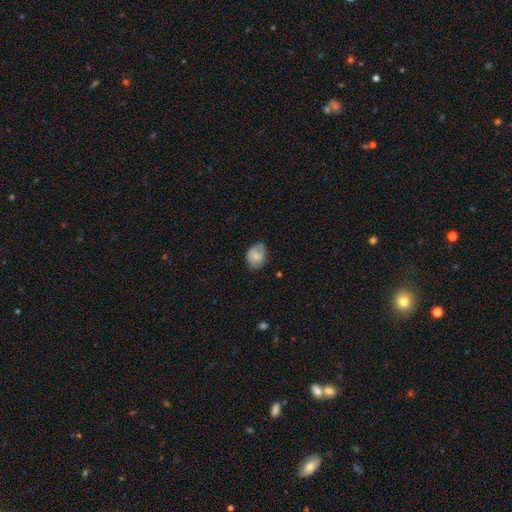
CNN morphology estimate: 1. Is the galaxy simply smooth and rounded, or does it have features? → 64% smooth, 28% featured or disk, 8% star or artifact.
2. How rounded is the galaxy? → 67% in between, 32% round, 1% cigar-shaped.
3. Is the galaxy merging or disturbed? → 67% none, 25% minor disturbance, 6% major disturbance, 1% merger.